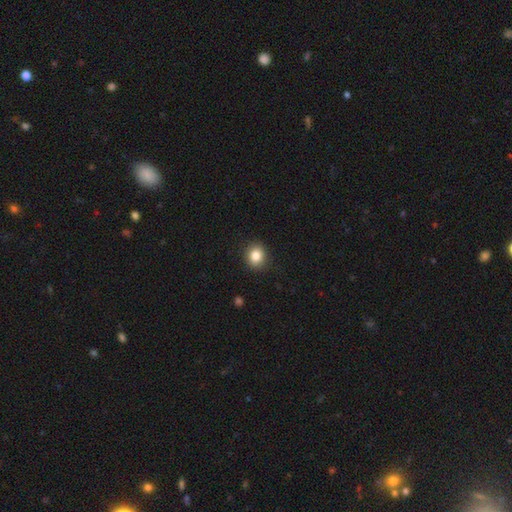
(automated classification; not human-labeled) The model was most divided on "how rounded": round: 75%, in between: 24%, cigar-shaped: 1%. More confident: merging — none (90%); smooth or featured — smooth (85%).